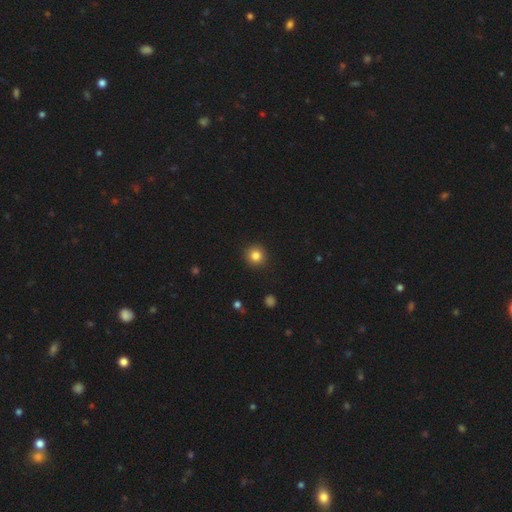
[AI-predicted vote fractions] The model was most divided on "smooth or featured": smooth: 83%, star or artifact: 11%, featured or disk: 5%. More confident: how rounded — round (95%); merging — none (92%).